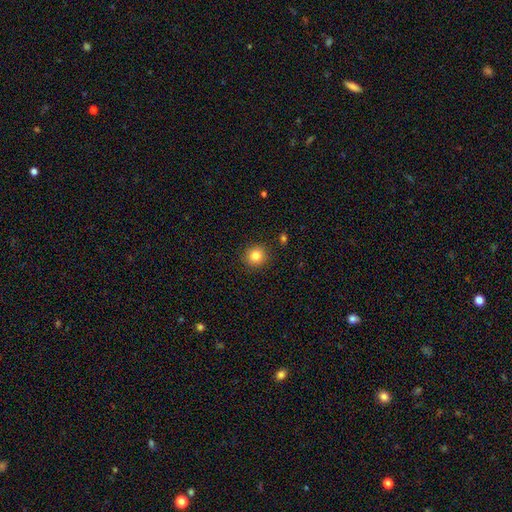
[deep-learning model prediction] smooth-or-featured: smooth: 83% | star or artifact: 11% | featured or disk: 6%
  how-rounded: round: 91% | in between: 8% | cigar-shaped: 1%
  merging: none: 90% | minor disturbance: 6% | major disturbance: 2% | merger: 1%